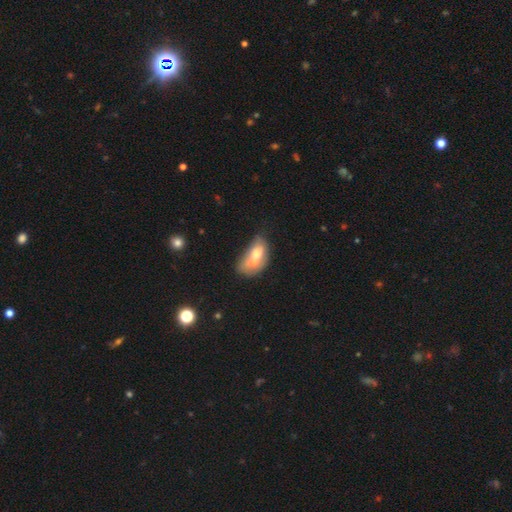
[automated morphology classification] smooth 59%, featured or disk 33%, star or artifact 8%. Down the decision tree: how rounded — in between (84%); merging — merger (70%).